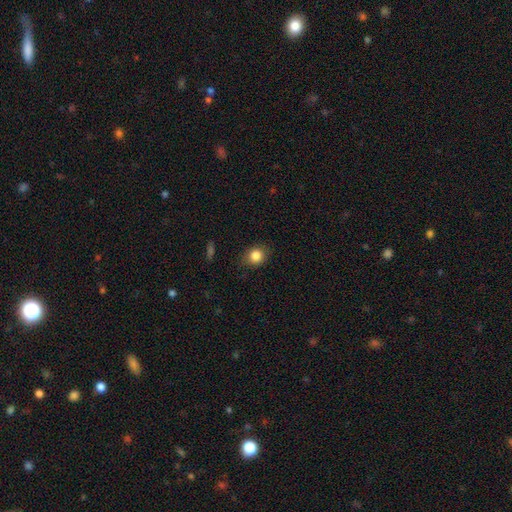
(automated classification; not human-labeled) A smooth galaxy with no disk features (84%) that is round (69%). Merging: none (83%).